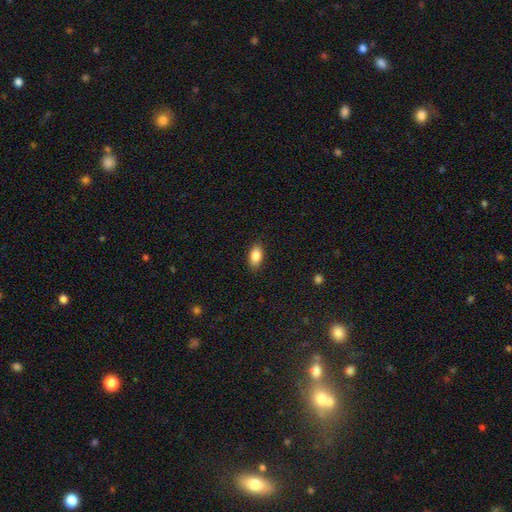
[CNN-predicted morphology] smooth 86%, star or artifact 8%, featured or disk 6%. Down the decision tree: how rounded — in between (91%); merging — none (88%).